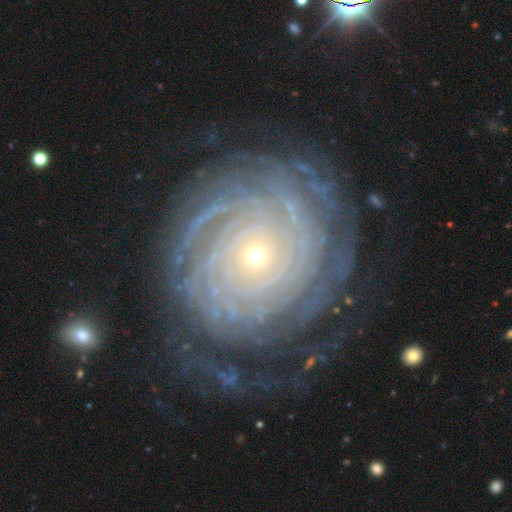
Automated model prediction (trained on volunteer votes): Smooth or featured: featured or disk — 89% (star or artifact — 6%)
Edge-on disk: no — 97% (yes — 3%)
Bar: no — 81% (weak — 12%)
Spiral arms: yes — 98% (no — 2%)
Spiral winding: tight — 89% (medium — 9%)
Spiral arm count: more than 4 — 31% (can't tell — 23%)
Bulge size: small — 78% (moderate — 19%)
Merging: none — 75% (minor disturbance — 15%)